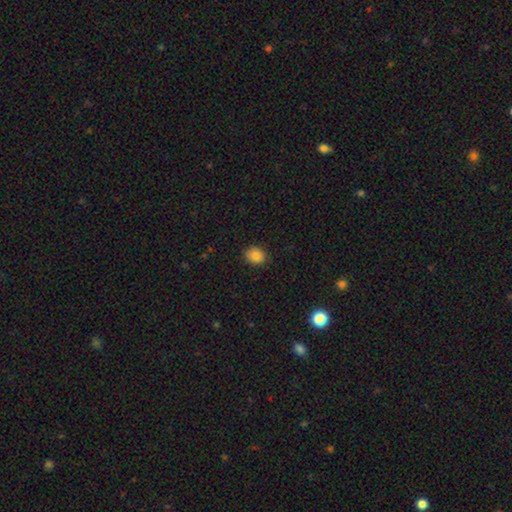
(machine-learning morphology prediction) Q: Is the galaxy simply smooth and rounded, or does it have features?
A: smooth — 84%.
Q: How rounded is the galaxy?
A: round — 57%.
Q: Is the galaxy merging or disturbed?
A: none — 88%.